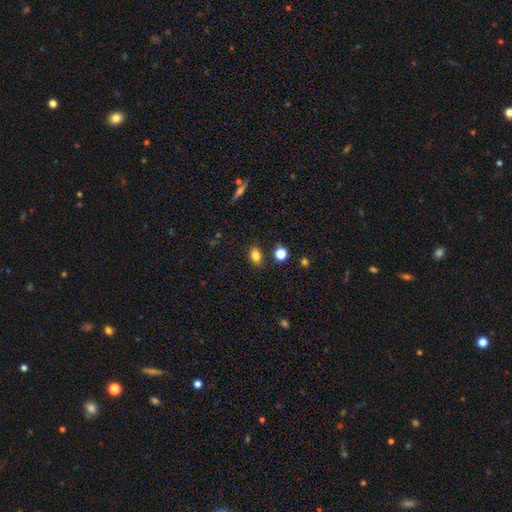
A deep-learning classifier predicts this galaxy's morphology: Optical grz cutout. It shows a smooth galaxy with no disk features (82%) that is in between round and cigar-shaped (77%). Merging: none (82%).